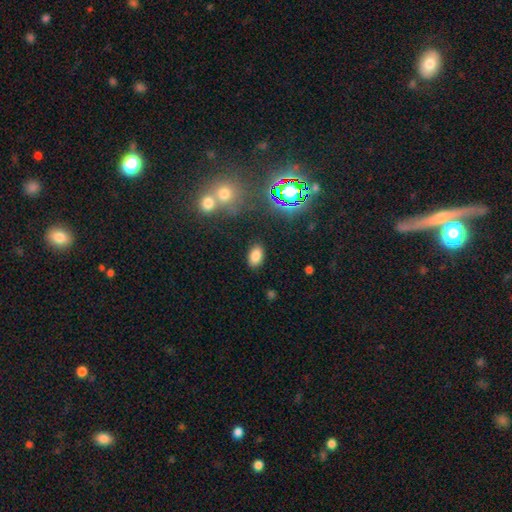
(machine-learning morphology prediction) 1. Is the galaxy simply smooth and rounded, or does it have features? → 78% smooth, 16% star or artifact, 6% featured or disk.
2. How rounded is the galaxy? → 90% in between, 8% round, 2% cigar-shaped.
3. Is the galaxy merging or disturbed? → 86% none, 8% minor disturbance, 3% major disturbance, 2% merger.